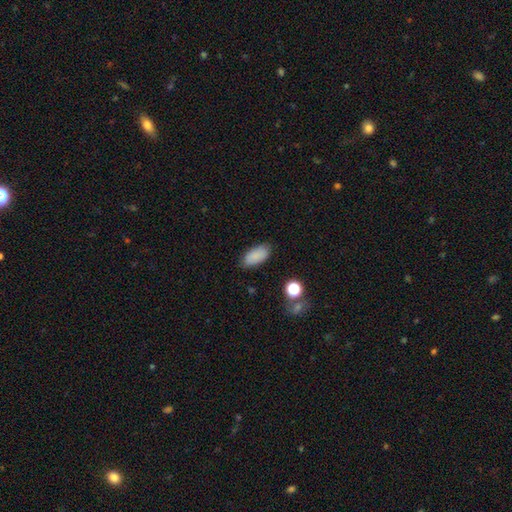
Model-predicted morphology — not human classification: smooth 86%, star or artifact 8%, featured or disk 6%. Down the decision tree: how rounded — in between (92%); merging — none (82%).